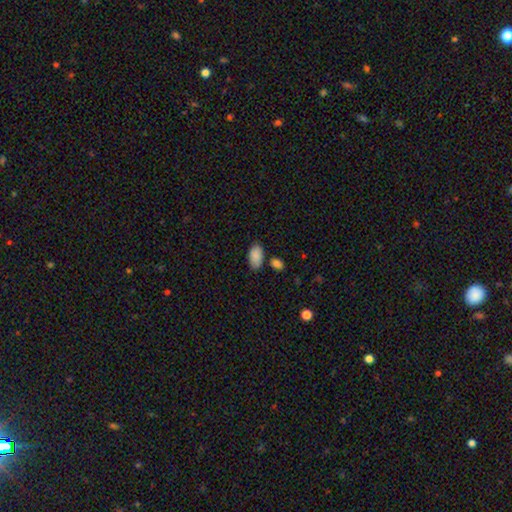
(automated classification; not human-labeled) Morphology: type=smooth (88%); roundness=in between (94%); merging=none (73%).